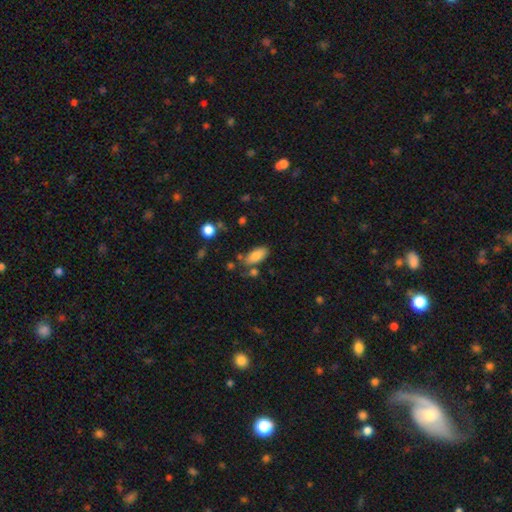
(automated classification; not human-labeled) smooth-or-featured: smooth: 82% | featured or disk: 11% | star or artifact: 8%
  how-rounded: in between: 90% | cigar-shaped: 8% | round: 3%
  merging: none: 63% | minor disturbance: 19% | merger: 12% | major disturbance: 6%